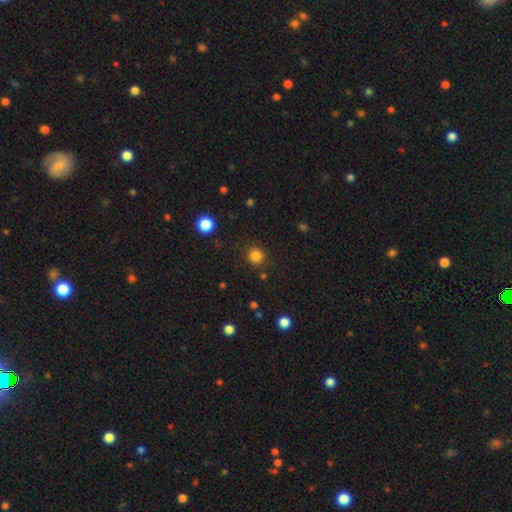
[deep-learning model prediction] Smooth or featured?
  - smooth: 83% *
  - star or artifact: 13%
  - featured or disk: 4%
How rounded?
  - round: 92% *
  - in between: 7%
  - cigar-shaped: 1%
Merging?
  - none: 89% *
  - minor disturbance: 7%
  - major disturbance: 3%
  - merger: 2%